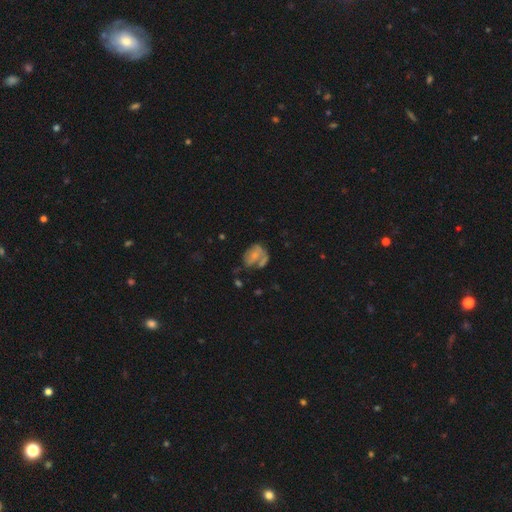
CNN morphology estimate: smooth-or-featured: smooth: 48% | featured or disk: 41% | star or artifact: 11%
  merging: none: 31% | major disturbance: 26% | minor disturbance: 23% | merger: 20%